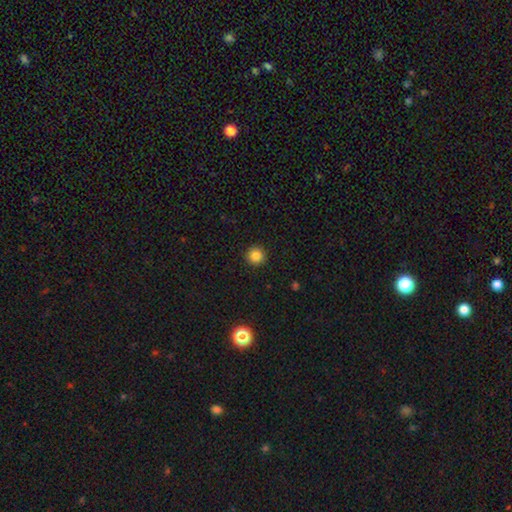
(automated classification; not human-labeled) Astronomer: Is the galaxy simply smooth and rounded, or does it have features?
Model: smooth — 84%.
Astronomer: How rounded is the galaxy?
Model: round — 96%.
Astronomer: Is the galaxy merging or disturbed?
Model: none — 93%.